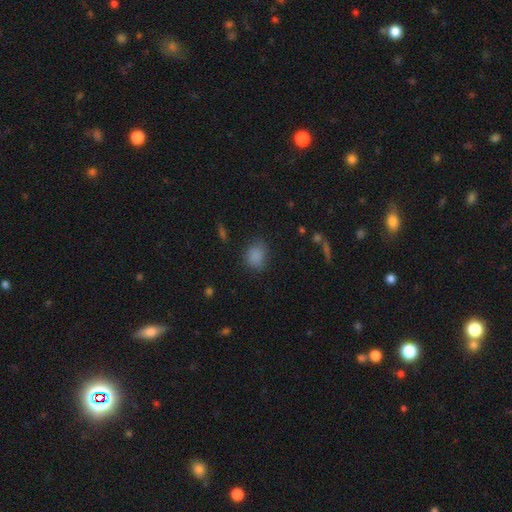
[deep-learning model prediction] Overall: smooth (84%). How rounded: in between (52%; round 46%). Merging: none (72%).